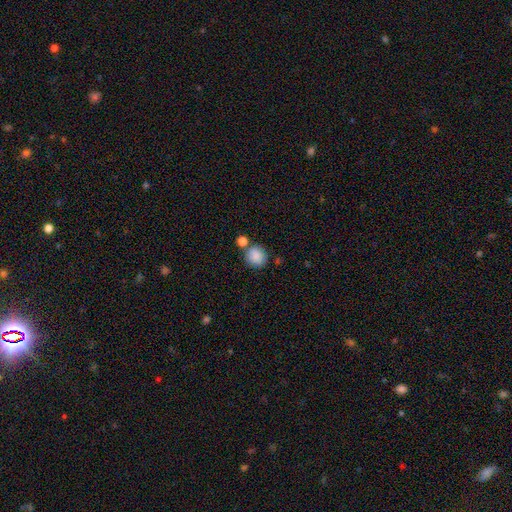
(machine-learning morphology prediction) type=smooth (87%); roundness=round (84%); merging=none (66%).